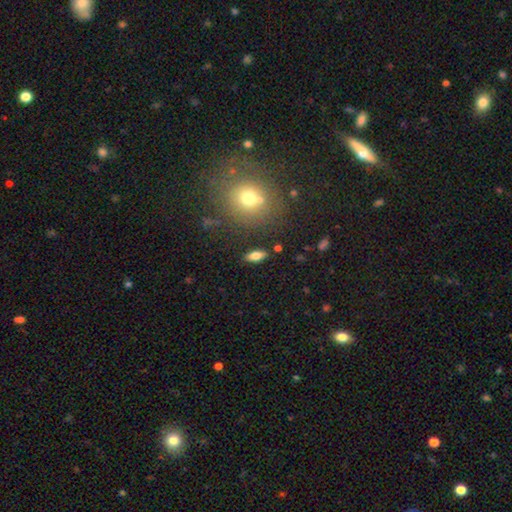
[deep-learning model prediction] smooth-or-featured: smooth: 74% | featured or disk: 16% | star or artifact: 10%
  how-rounded: in between: 75% | cigar-shaped: 21% | round: 4%
  merging: none: 85% | minor disturbance: 9% | major disturbance: 3% | merger: 3%